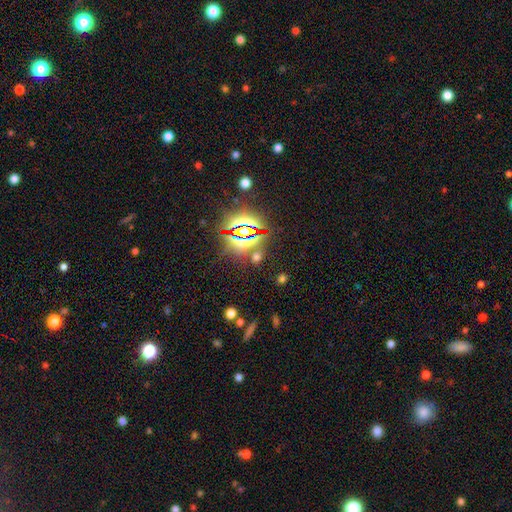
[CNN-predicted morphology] type=star or artifact (79%).